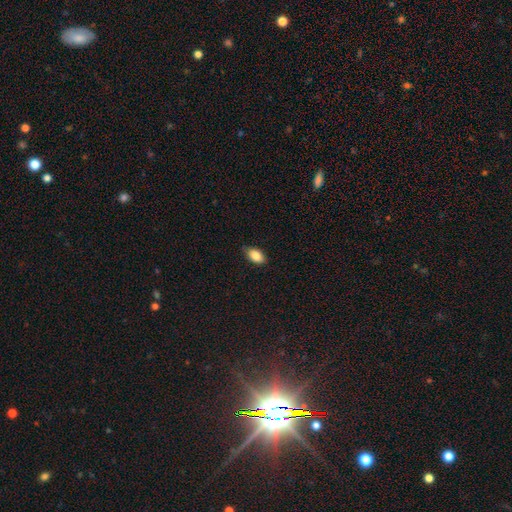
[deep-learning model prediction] Smooth or featured?
  - smooth: 86% *
  - star or artifact: 8%
  - featured or disk: 6%
How rounded?
  - in between: 91% *
  - round: 7%
  - cigar-shaped: 2%
Merging?
  - none: 82% *
  - minor disturbance: 15%
  - major disturbance: 2%
  - merger: 1%